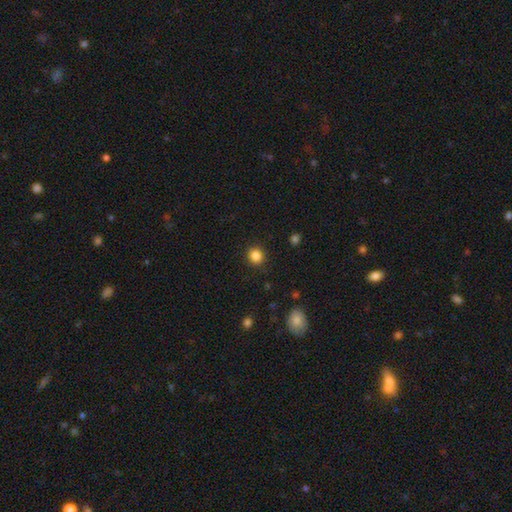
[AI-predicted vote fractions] smooth_or_featured: smooth (p=0.85) [alt: star or artifact p=0.11]
how_rounded: round (p=0.89) [alt: in between p=0.10]
merging: none (p=0.91) [alt: minor disturbance p=0.06]